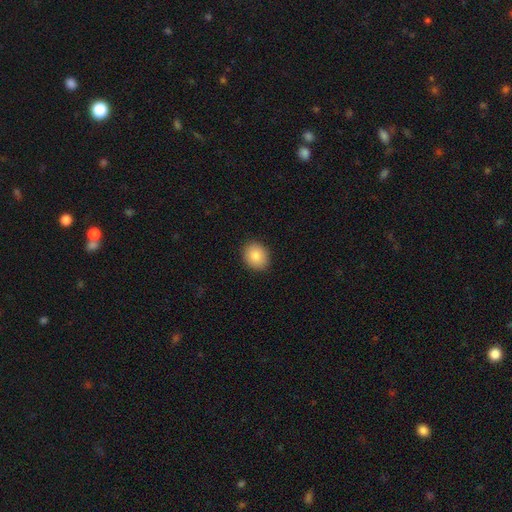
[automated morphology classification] Q: Smooth or featured?
A: smooth (86%); runner-up: star or artifact (8%)
Q: How rounded?
A: round (61%); runner-up: in between (38%)
Q: Merging?
A: none (90%); runner-up: minor disturbance (8%)